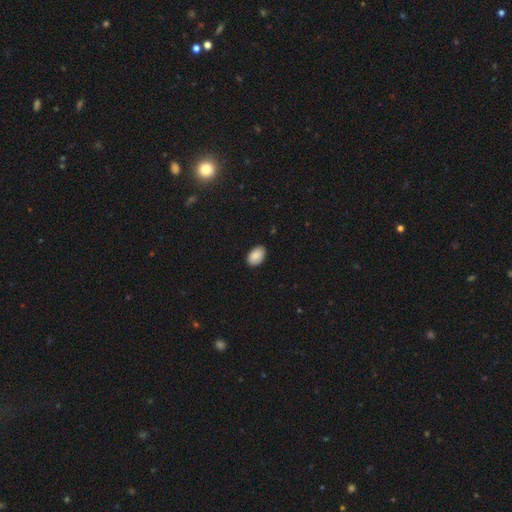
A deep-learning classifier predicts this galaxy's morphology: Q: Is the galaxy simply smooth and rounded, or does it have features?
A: smooth — 89%.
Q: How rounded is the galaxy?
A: in between — 92%.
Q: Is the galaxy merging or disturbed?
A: none — 86%.